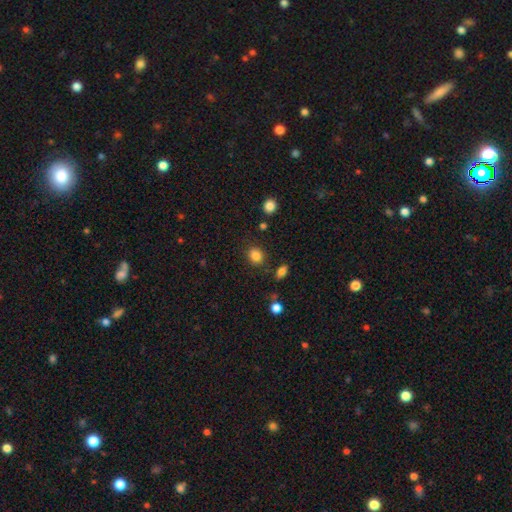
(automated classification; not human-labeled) smooth-or-featured: smooth: 85% | star or artifact: 11% | featured or disk: 5%
  how-rounded: round: 57% | in between: 42% | cigar-shaped: 1%
  merging: none: 82% | minor disturbance: 10% | merger: 4% | major disturbance: 4%